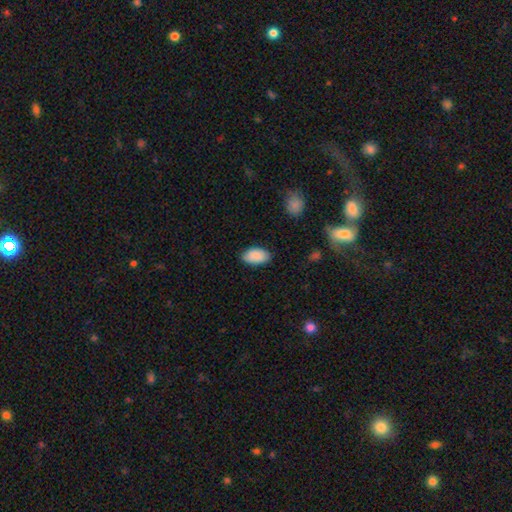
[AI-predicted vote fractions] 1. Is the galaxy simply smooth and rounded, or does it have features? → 90% smooth, 6% star or artifact, 4% featured or disk.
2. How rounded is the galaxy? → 95% in between, 3% round, 2% cigar-shaped.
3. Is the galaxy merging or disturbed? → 84% none, 12% minor disturbance, 2% major disturbance, 1% merger.